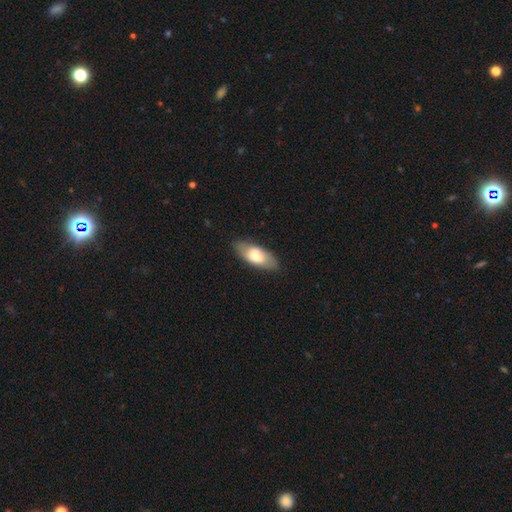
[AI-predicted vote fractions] Morphology: type=smooth (67%); roundness=in between (84%); merging=none (82%).